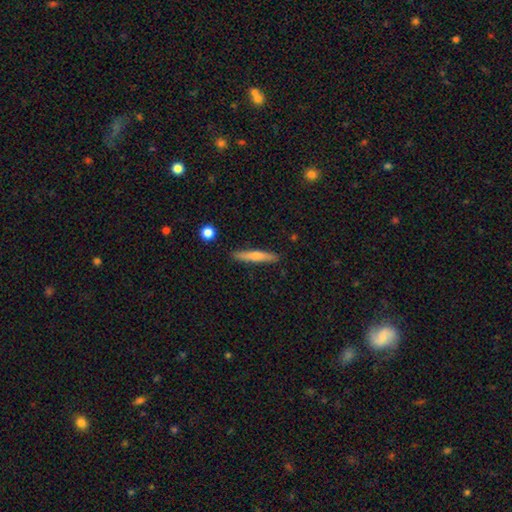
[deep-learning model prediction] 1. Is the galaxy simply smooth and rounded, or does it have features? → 60% smooth, 34% featured or disk, 6% star or artifact.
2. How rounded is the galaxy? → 92% cigar-shaped, 6% in between, 2% round.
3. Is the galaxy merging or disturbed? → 88% none, 8% minor disturbance, 2% merger, 2% major disturbance.